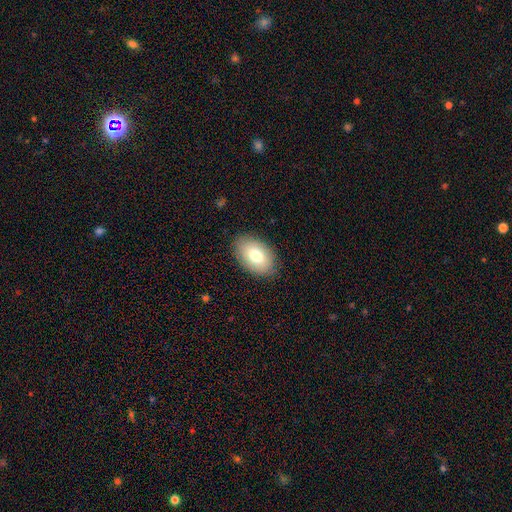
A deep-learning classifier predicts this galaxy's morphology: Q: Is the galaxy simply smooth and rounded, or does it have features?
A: smooth — 76%.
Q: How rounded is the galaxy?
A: in between — 91%.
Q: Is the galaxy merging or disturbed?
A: none — 86%.